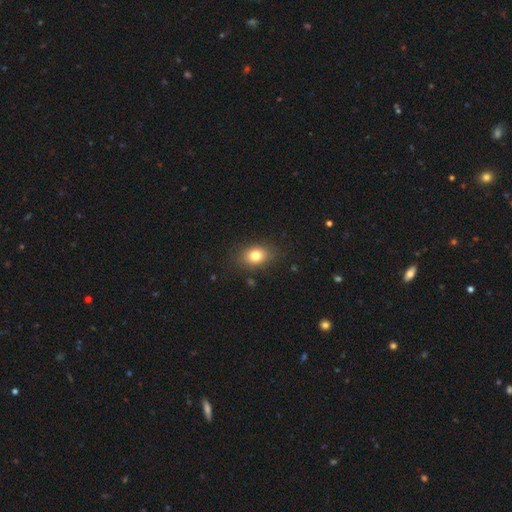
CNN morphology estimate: A smooth galaxy with no disk features (80%) that is in between round and cigar-shaped (65%). Merging: none (84%).